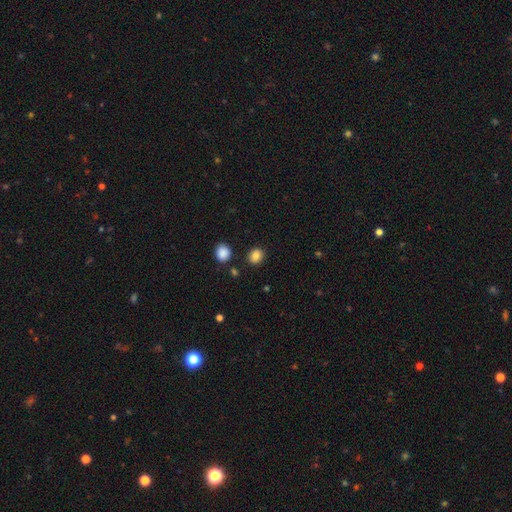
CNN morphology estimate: Q: Smooth or featured?
A: smooth (85%); runner-up: star or artifact (10%)
Q: How rounded?
A: round (71%); runner-up: in between (28%)
Q: Merging?
A: none (87%); runner-up: minor disturbance (8%)